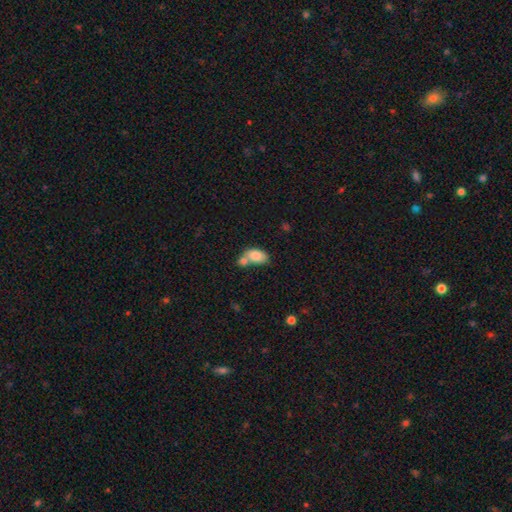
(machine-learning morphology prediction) type=smooth (82%); roundness=in between (90%); merging=merger (53%).